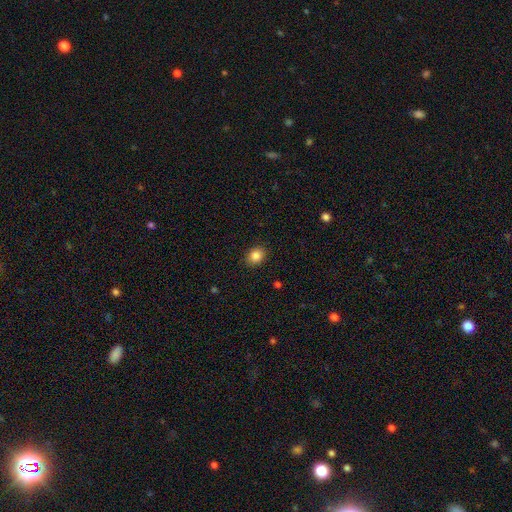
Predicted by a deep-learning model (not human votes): Morphology: type=smooth (86%); roundness=round (51%); merging=none (89%).